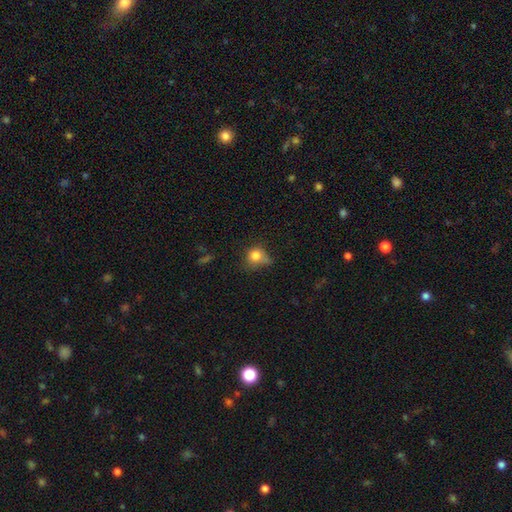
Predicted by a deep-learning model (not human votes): Morphology: type=smooth (77%); roundness=round (71%); merging=none (43%).